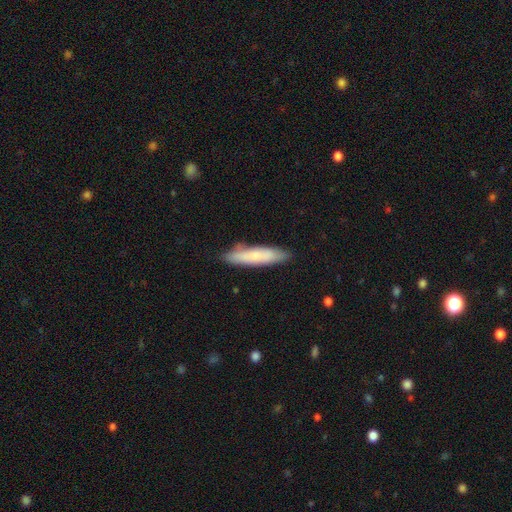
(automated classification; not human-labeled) Smooth or featured? Predicted: smooth (p=0.66). How rounded? Predicted: cigar-shaped (p=0.80). Merging? Predicted: none (p=0.84).